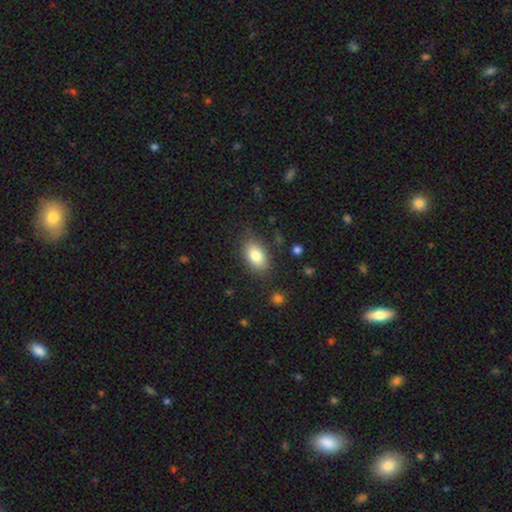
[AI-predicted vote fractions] Q: Smooth or featured?
A: smooth (82%); runner-up: featured or disk (11%)
Q: How rounded?
A: in between (91%); runner-up: round (7%)
Q: Merging?
A: none (80%); runner-up: minor disturbance (14%)